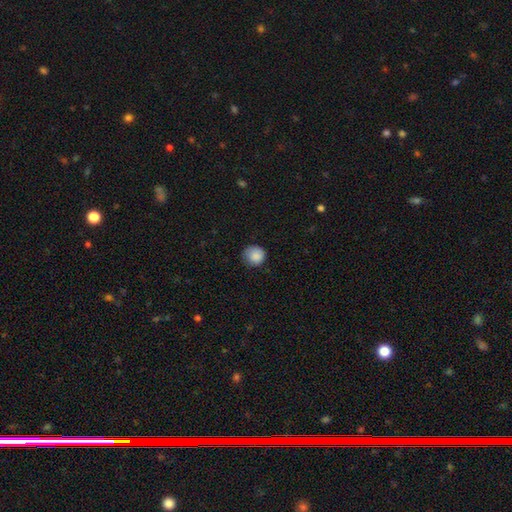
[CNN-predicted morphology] Q: Smooth or featured?
A: smooth (88%); runner-up: star or artifact (8%)
Q: How rounded?
A: round (89%); runner-up: in between (10%)
Q: Merging?
A: none (72%); runner-up: minor disturbance (23%)